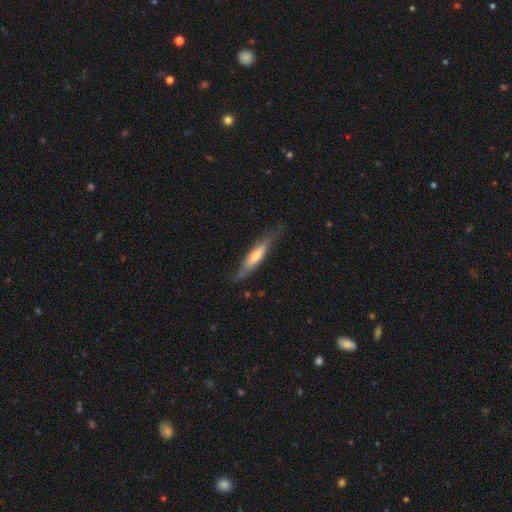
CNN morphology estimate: Overall: featured or disk (50%; smooth 44%). Merging: none (73%).